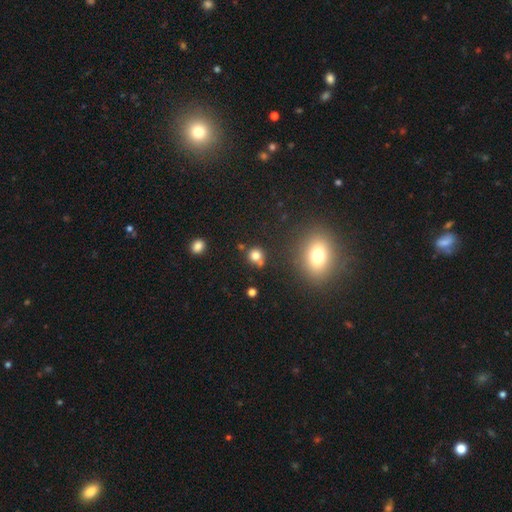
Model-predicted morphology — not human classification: Smooth or featured? Predicted: smooth (p=0.78). How rounded? Predicted: round (p=0.80). Merging? Predicted: none (p=0.61).